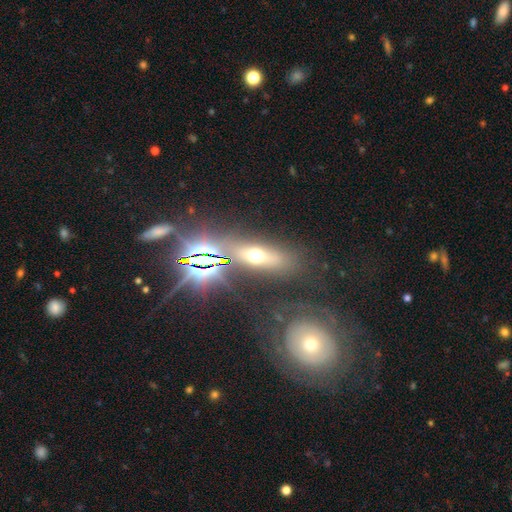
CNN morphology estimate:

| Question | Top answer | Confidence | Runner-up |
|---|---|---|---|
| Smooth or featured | smooth | 42% | featured or disk (30%) |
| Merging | none | 77% | minor disturbance (11%) |